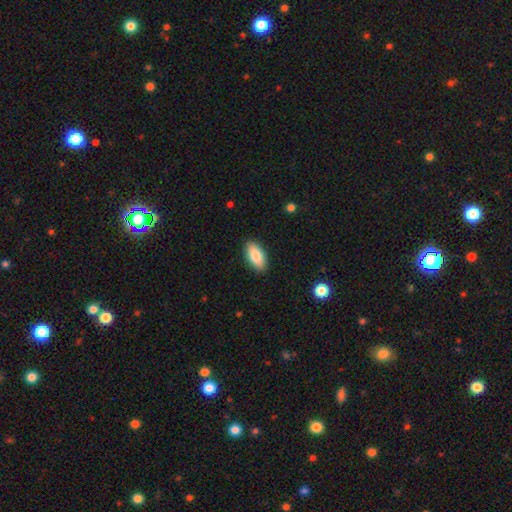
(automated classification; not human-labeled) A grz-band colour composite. It shows a smooth galaxy with no disk features (84%) that is in between round and cigar-shaped (91%). Merging: none (89%).